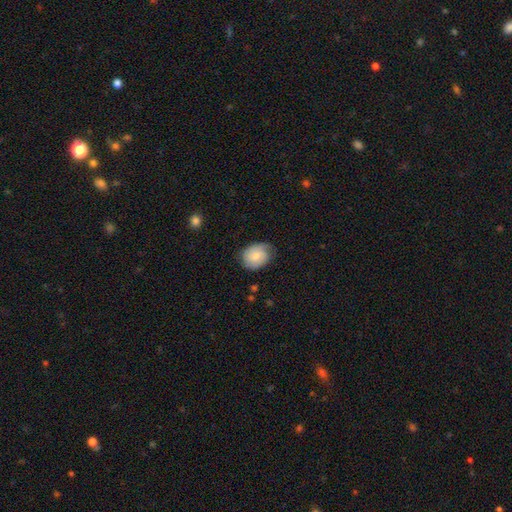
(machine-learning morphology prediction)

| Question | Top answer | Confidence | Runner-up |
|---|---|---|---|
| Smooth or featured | smooth | 63% | featured or disk (31%) |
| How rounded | in between | 53% | round (46%) |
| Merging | none | 66% | minor disturbance (26%) |